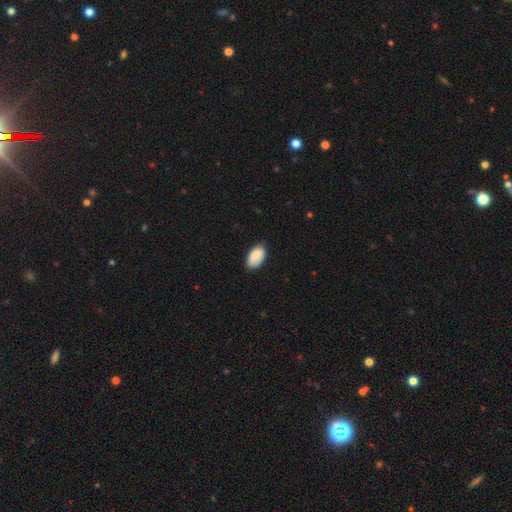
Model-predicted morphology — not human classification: smooth 87%, featured or disk 7%, star or artifact 6%. Down the decision tree: how rounded — in between (94%); merging — none (80%).